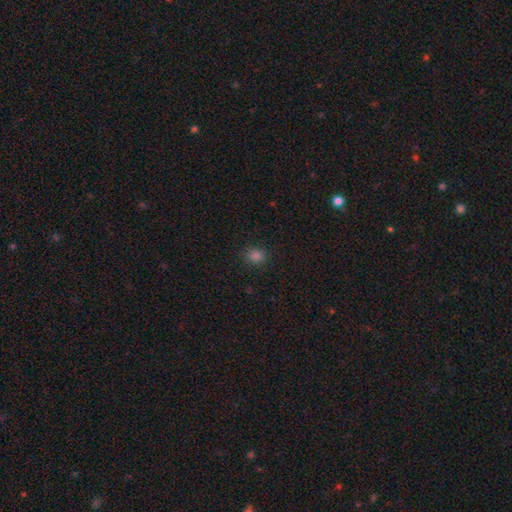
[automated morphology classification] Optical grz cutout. It shows a smooth galaxy with no disk features (80%) that is round (68%). Merging: none (88%).